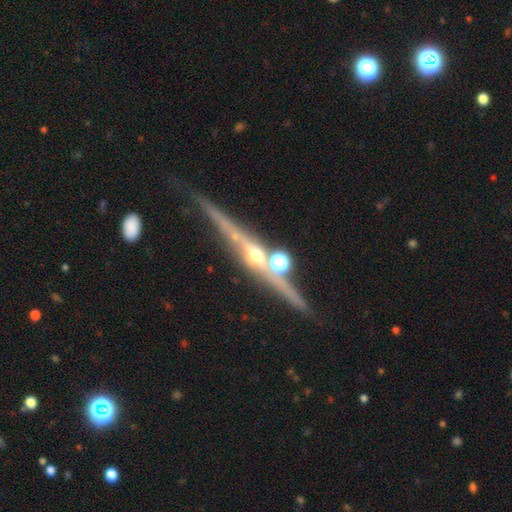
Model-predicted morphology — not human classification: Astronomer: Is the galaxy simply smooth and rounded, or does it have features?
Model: featured or disk — 80%.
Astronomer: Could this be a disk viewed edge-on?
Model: yes — 96%.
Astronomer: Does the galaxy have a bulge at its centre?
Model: rounded — 92%.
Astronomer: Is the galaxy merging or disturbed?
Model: none — 76%.